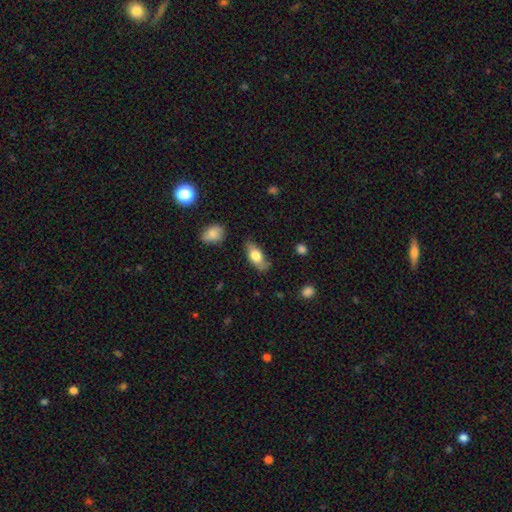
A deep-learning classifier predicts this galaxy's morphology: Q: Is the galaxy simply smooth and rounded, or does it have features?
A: smooth — 74%.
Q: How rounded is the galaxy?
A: in between — 84%.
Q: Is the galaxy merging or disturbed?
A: none — 75%.